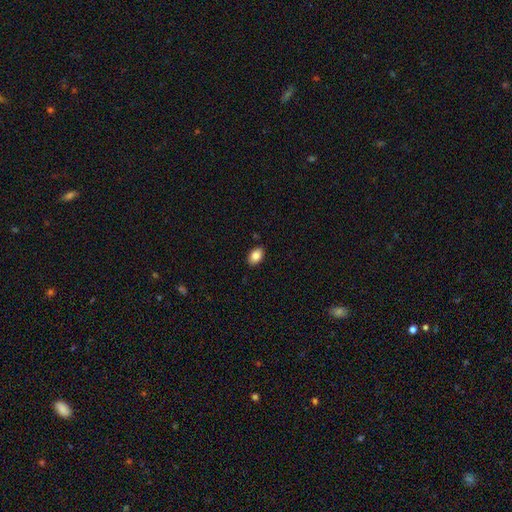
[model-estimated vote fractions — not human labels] smooth_or_featured: smooth (p=0.85) [alt: star or artifact p=0.08]
how_rounded: in between (p=0.87) [alt: round p=0.12]
merging: none (p=0.88) [alt: minor disturbance p=0.09]